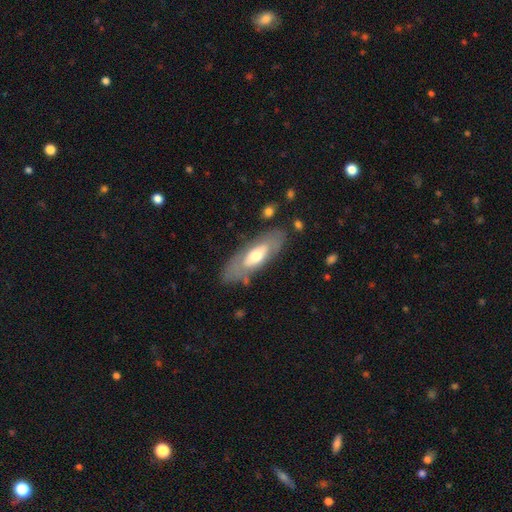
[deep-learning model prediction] Smooth or featured? Predicted: featured or disk (p=0.48). Merging? Predicted: none (p=0.75).